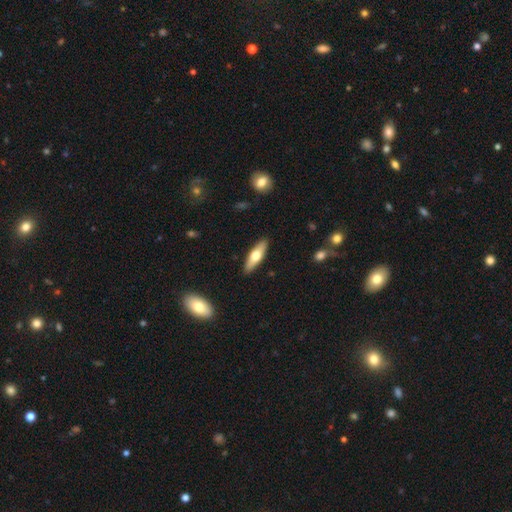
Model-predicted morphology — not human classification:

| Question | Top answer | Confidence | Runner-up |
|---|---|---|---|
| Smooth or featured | smooth | 56% | featured or disk (39%) |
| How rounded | cigar-shaped | 55% | in between (42%) |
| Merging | none | 90% | minor disturbance (7%) |